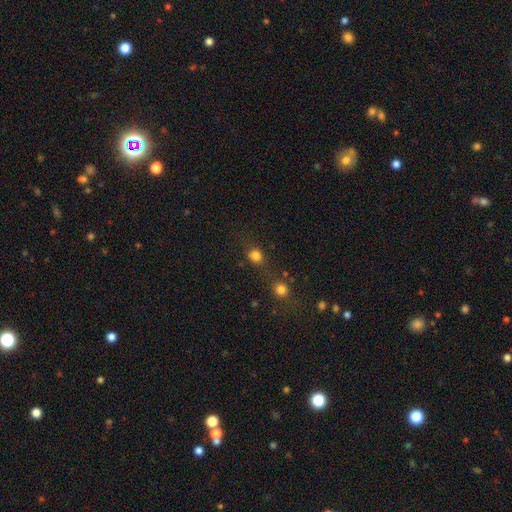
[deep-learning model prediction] smooth-or-featured: smooth: 78% | star or artifact: 16% | featured or disk: 6%
  how-rounded: round: 82% | in between: 17% | cigar-shaped: 2%
  merging: none: 57% | merger: 24% | minor disturbance: 11% | major disturbance: 8%